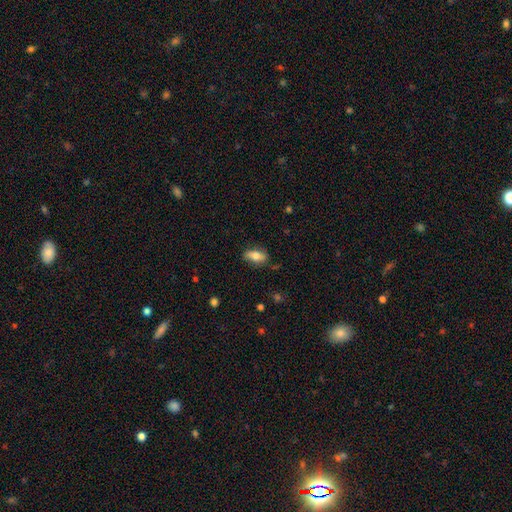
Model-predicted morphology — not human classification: Smooth or featured?
  - smooth: 70% *
  - featured or disk: 23%
  - star or artifact: 7%
How rounded?
  - in between: 84% *
  - cigar-shaped: 11%
  - round: 5%
Merging?
  - none: 78% *
  - minor disturbance: 17%
  - major disturbance: 4%
  - merger: 1%